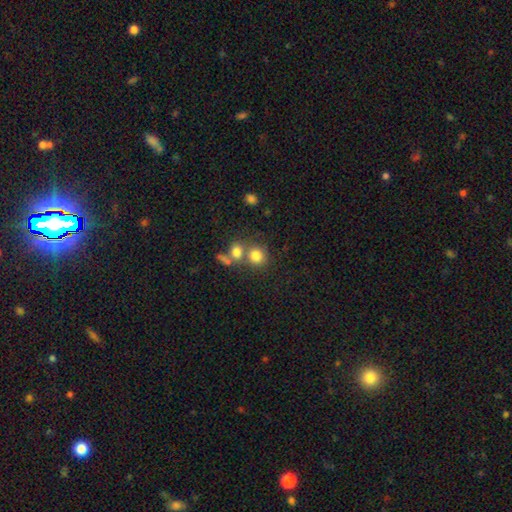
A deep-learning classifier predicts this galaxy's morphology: Smooth or featured: smooth — 78% (star or artifact — 13%)
How rounded: round — 85% (in between — 14%)
Merging: none — 55% (merger — 33%)